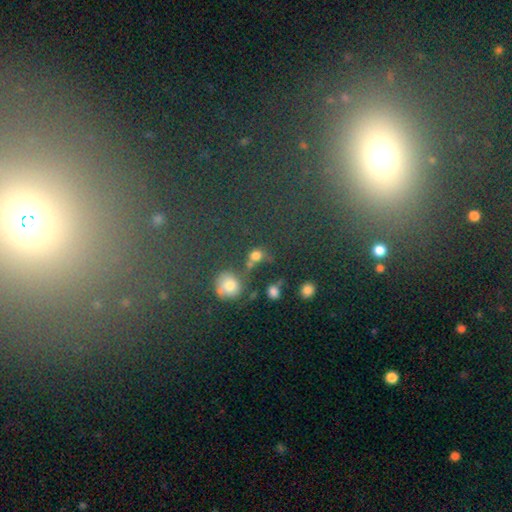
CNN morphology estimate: type=smooth (71%); roundness=round (69%); merging=none (53%).